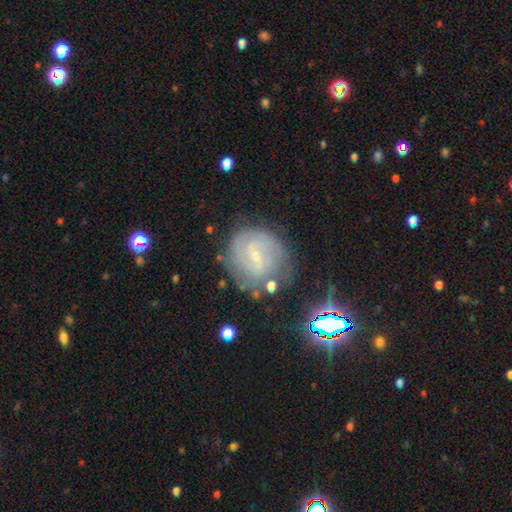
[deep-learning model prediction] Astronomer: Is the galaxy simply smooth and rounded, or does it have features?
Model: featured or disk — 73%.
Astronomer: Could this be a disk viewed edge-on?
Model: no — 97%.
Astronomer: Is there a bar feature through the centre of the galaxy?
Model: weak — 57%.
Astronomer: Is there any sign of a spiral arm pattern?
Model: yes — 90%.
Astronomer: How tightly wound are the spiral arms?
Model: tight — 52% (runner-up: medium, 36%).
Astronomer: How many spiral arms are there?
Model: can't tell — 37% (runner-up: 2, 36%).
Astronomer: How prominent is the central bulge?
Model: small — 77%.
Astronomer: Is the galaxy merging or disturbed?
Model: none — 67%.